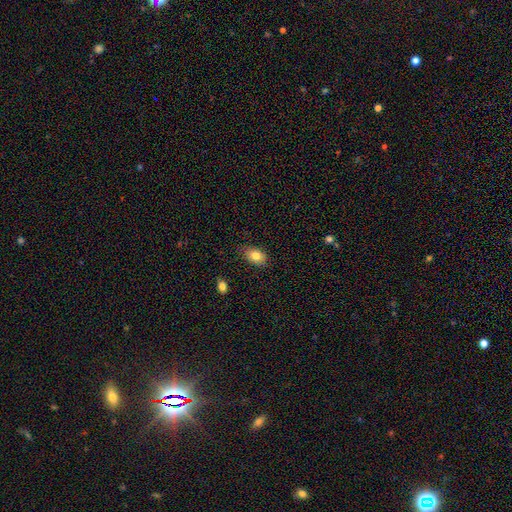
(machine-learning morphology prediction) smooth_or_featured: smooth (p=0.82) [alt: featured or disk p=0.10]
how_rounded: in between (p=0.86) [alt: round p=0.12]
merging: none (p=0.83) [alt: minor disturbance p=0.13]